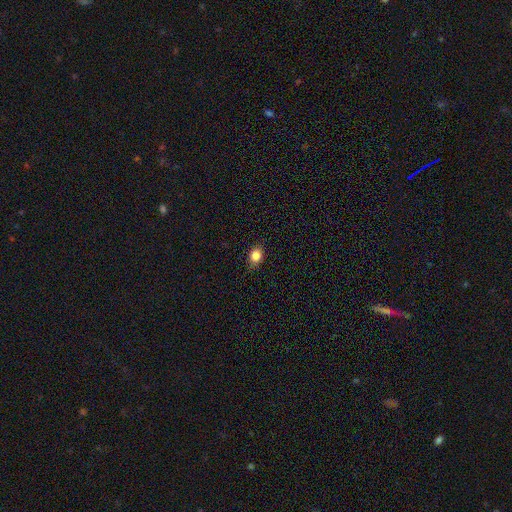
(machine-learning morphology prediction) smooth-or-featured: smooth: 83% | star or artifact: 10% | featured or disk: 6%
  how-rounded: in between: 50% | round: 49% | cigar-shaped: 2%
  merging: none: 80% | minor disturbance: 16% | major disturbance: 3% | merger: 1%